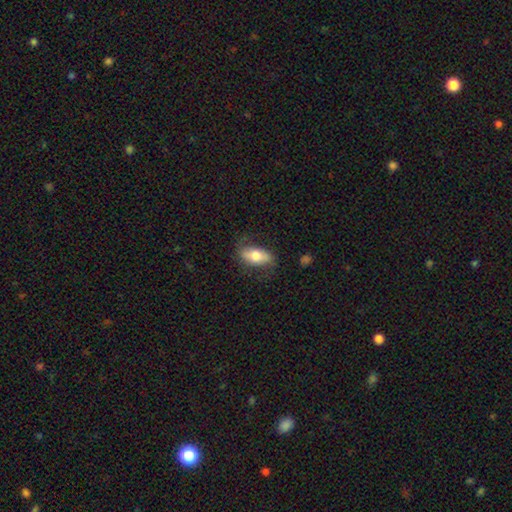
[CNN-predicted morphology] A smooth galaxy with no disk features (62%) that is in between round and cigar-shaped (86%). Merging: none (72%).